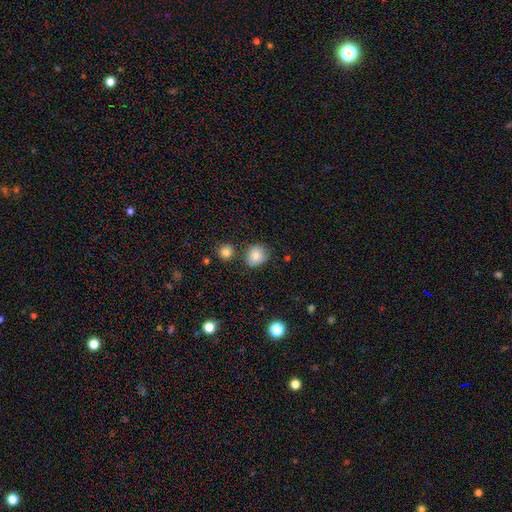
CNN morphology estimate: This appears to be a smooth galaxy with no disk features (83%) that is round (77%). Merging: none (73%).